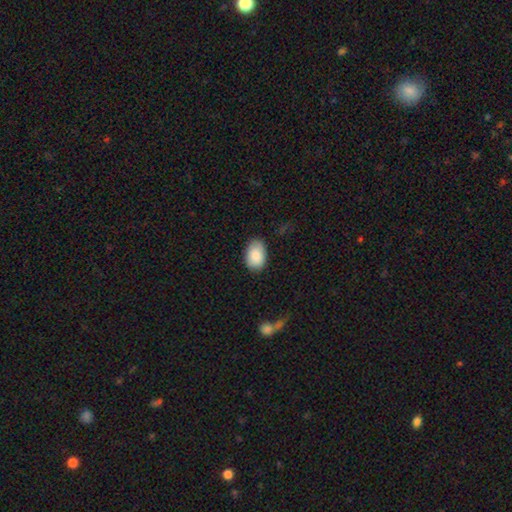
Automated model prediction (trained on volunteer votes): Smooth or featured?
  - smooth: 88% *
  - star or artifact: 6%
  - featured or disk: 6%
How rounded?
  - in between: 88% *
  - round: 11%
  - cigar-shaped: 1%
Merging?
  - none: 80% *
  - minor disturbance: 16%
  - major disturbance: 3%
  - merger: 1%